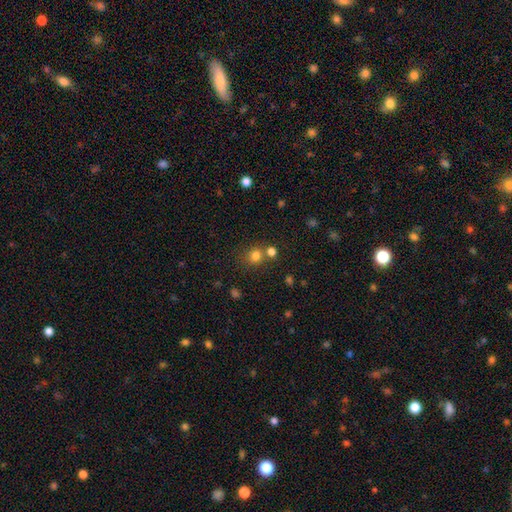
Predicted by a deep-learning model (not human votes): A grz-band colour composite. It shows a smooth galaxy with no disk features (78%) that is round (82%). Merging: none (64%).